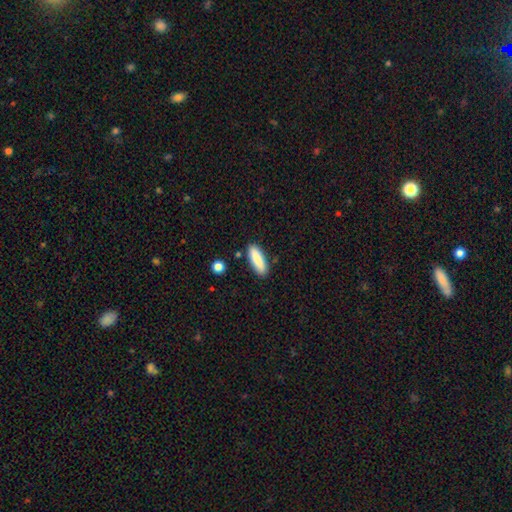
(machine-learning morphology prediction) Smooth or featured? smooth (86%)
How rounded? cigar-shaped (52%)
Merging? none (85%)